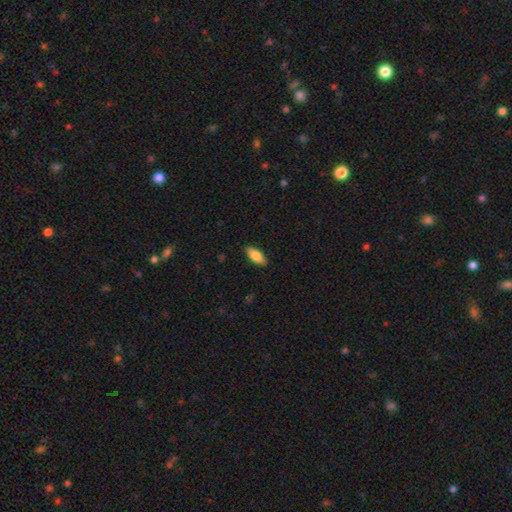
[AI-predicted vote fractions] Q: Smooth or featured?
A: smooth (81%); runner-up: featured or disk (13%)
Q: How rounded?
A: in between (82%); runner-up: cigar-shaped (16%)
Q: Merging?
A: none (88%); runner-up: minor disturbance (9%)